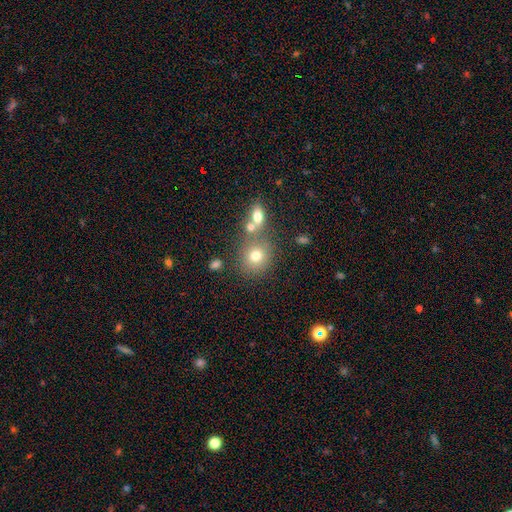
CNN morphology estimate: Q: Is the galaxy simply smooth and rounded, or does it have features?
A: smooth — 74%.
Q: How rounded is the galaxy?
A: round — 79%.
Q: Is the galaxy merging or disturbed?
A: none — 61%.